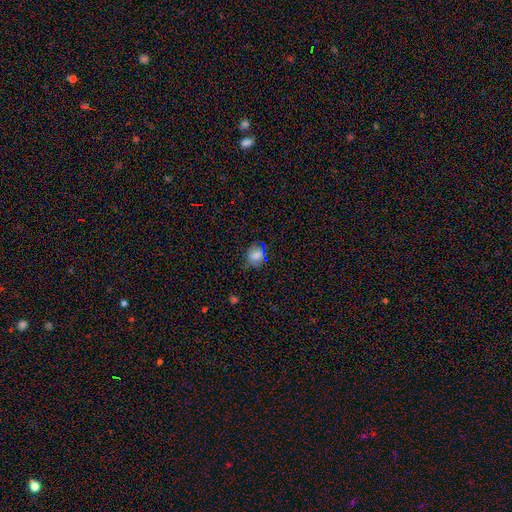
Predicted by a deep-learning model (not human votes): Smooth or featured?
  - smooth: 69% *
  - star or artifact: 23%
  - featured or disk: 9%
How rounded?
  - round: 68% *
  - in between: 30%
  - cigar-shaped: 2%
Merging?
  - none: 77% *
  - minor disturbance: 16%
  - major disturbance: 5%
  - merger: 2%